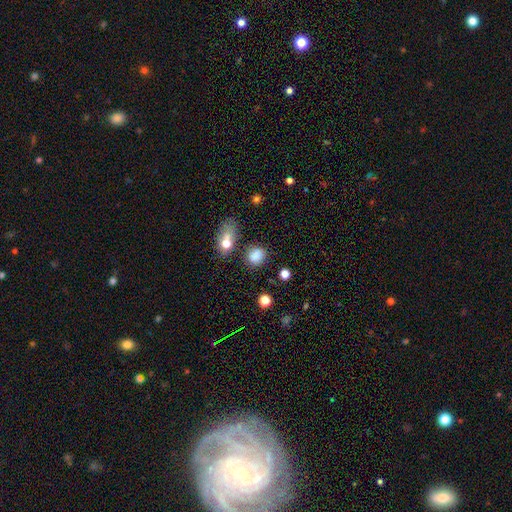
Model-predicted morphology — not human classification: Overall: smooth (81%). How rounded: round (57%; in between 41%). Merging: none (72%).